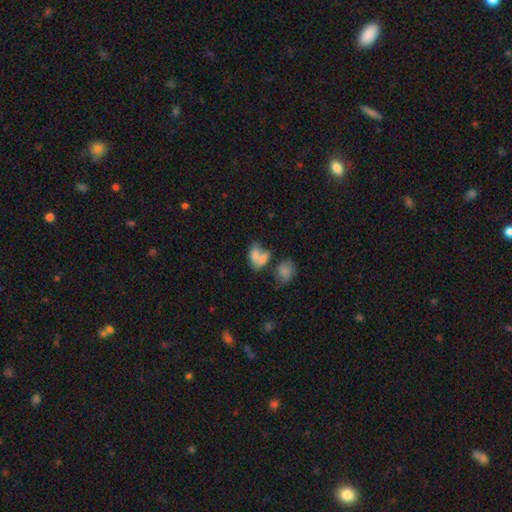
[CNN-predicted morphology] Smooth or featured? Predicted: smooth (p=0.73). How rounded? Predicted: in between (p=0.78). Merging? Predicted: merger (p=0.60).